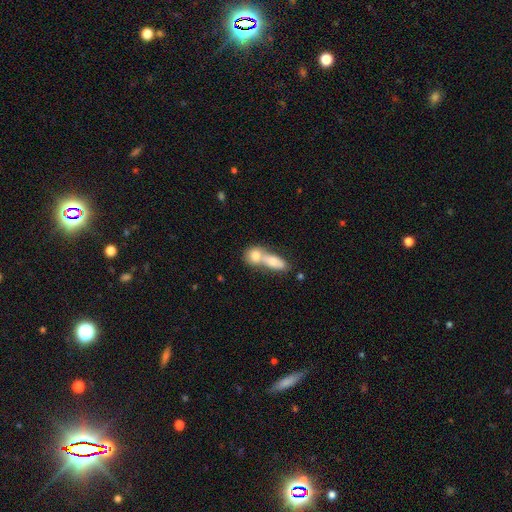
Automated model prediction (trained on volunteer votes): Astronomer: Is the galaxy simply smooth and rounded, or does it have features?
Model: smooth — 70%.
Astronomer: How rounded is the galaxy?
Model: in between — 49% (runner-up: round, 43%).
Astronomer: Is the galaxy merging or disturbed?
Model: merger — 72%.